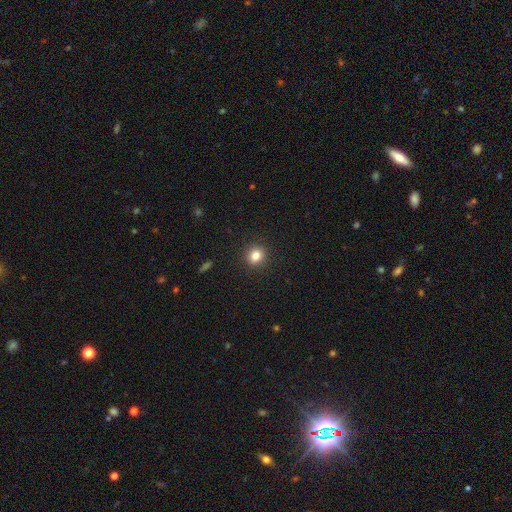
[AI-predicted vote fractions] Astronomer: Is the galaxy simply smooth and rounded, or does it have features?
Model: smooth — 83%.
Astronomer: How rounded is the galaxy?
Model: round — 81%.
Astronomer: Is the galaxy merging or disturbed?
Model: none — 91%.